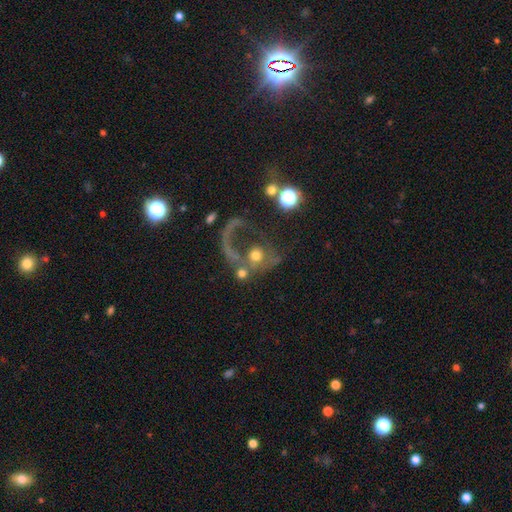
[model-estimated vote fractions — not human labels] Overall: featured or disk (48%; smooth 38%). Merging: major disturbance (36%; none 28%).